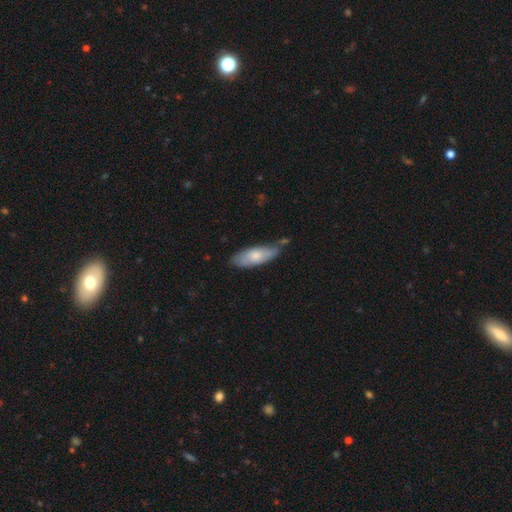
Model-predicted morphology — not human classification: The model was most divided on "merging": none: 55%, minor disturbance: 32%, major disturbance: 7%, merger: 6%. More confident: smooth or featured — smooth (67%); how rounded — in between (66%).